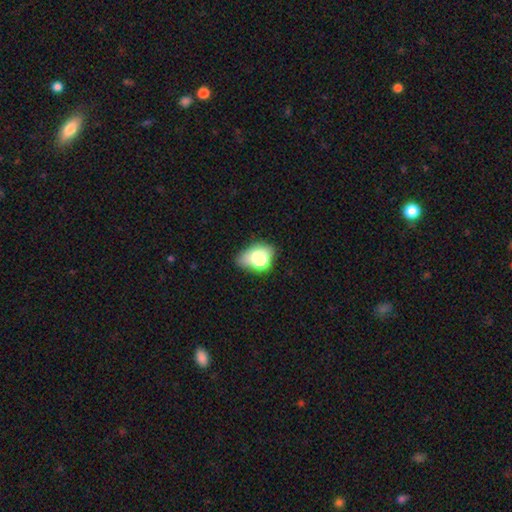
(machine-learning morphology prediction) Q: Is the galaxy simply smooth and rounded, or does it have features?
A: smooth — 70%.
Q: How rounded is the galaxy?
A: in between — 68%.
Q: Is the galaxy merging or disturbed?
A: none — 38%.